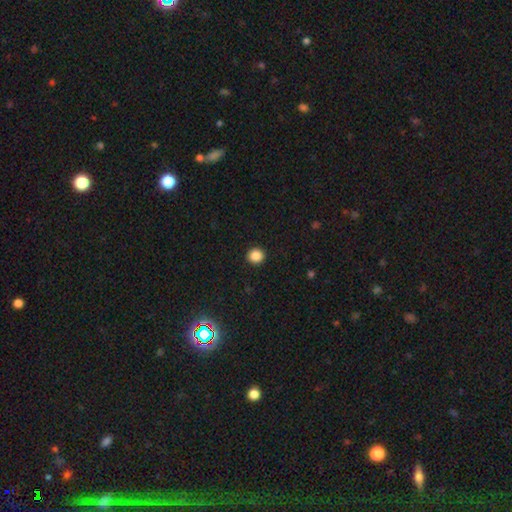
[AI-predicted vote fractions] Q: Smooth or featured?
A: smooth (86%); runner-up: star or artifact (10%)
Q: How rounded?
A: round (92%); runner-up: in between (7%)
Q: Merging?
A: none (93%); runner-up: minor disturbance (4%)